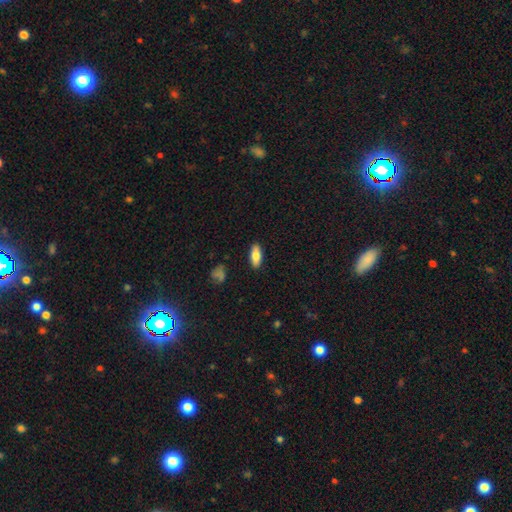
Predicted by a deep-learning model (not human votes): smooth-or-featured: smooth: 78% | featured or disk: 15% | star or artifact: 6%
  how-rounded: in between: 79% | cigar-shaped: 18% | round: 2%
  merging: none: 89% | minor disturbance: 8% | major disturbance: 2% | merger: 1%